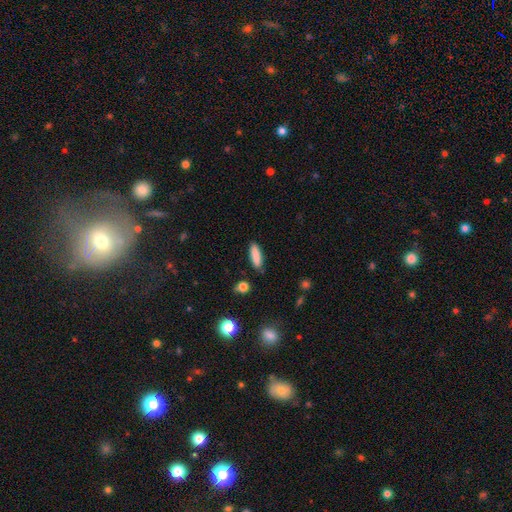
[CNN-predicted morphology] smooth_or_featured: smooth (p=0.86) [alt: star or artifact p=0.07]
how_rounded: cigar-shaped (p=0.55) [alt: in between p=0.43]
merging: none (p=0.87) [alt: minor disturbance p=0.09]